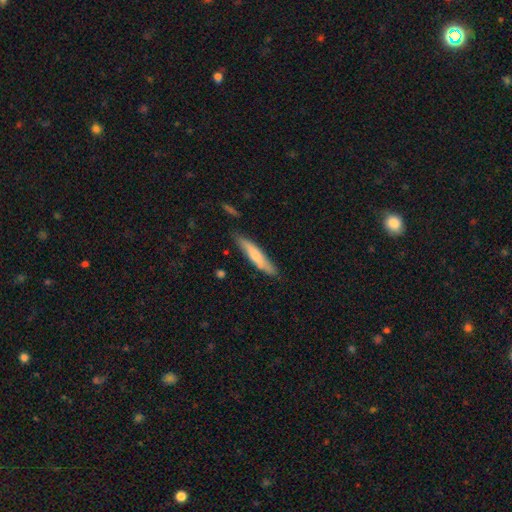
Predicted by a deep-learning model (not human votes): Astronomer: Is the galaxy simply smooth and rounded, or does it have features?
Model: smooth — 65%.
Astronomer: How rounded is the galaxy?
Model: cigar-shaped — 87%.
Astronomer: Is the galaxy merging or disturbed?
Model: none — 76%.